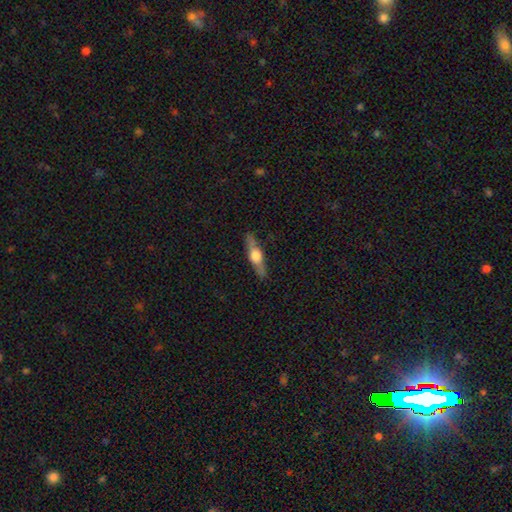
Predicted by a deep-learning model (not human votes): This is likely a featured or disk galaxy (62%). It is clearly viewed edge-on (95%). Edge-on bulge: clearly rounded (93%). Merging: clearly none (87%).